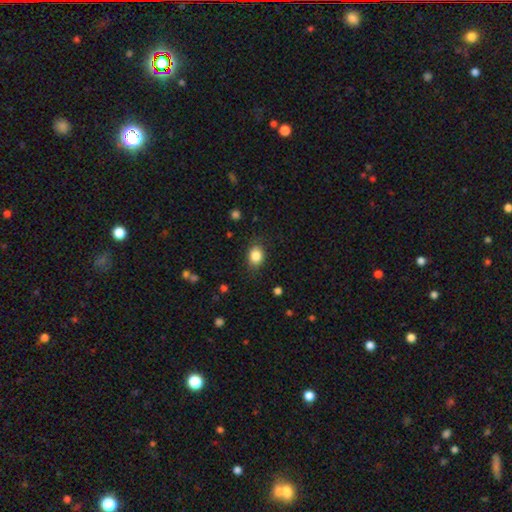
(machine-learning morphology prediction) A smooth galaxy with no disk features (85%) that is in between round and cigar-shaped (58%).

Vote fractions:
- Smooth or featured? smooth: 85% / star or artifact: 9% / featured or disk: 6%
- How rounded? in between: 58% / round: 40% / cigar-shaped: 1%
- Merging? none: 82% / minor disturbance: 14% / major disturbance: 4% / merger: 1%